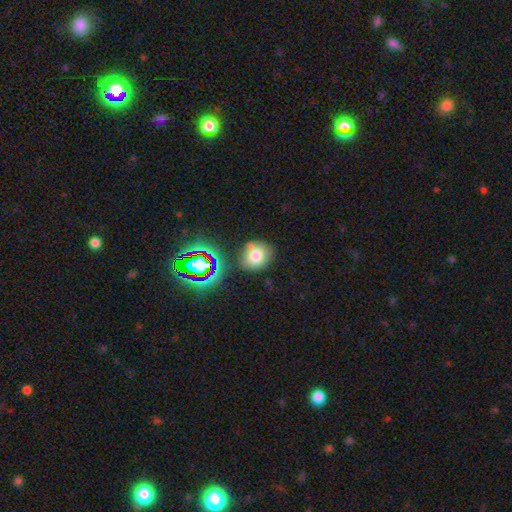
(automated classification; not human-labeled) Smooth or featured? smooth (74%)
How rounded? round (65%)
Merging? none (70%)